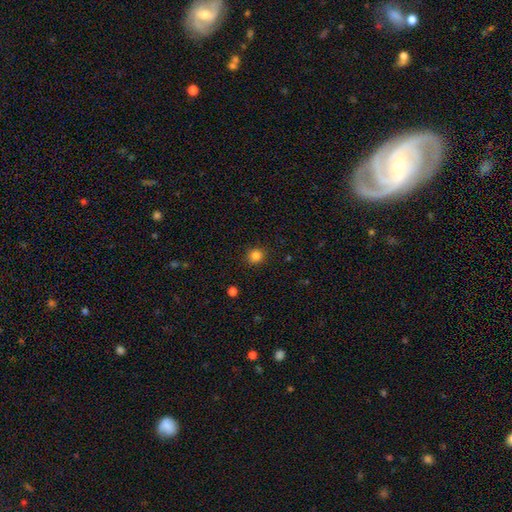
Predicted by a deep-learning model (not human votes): smooth 84%, star or artifact 12%, featured or disk 4%. Down the decision tree: how rounded — round (89%); merging — none (89%).